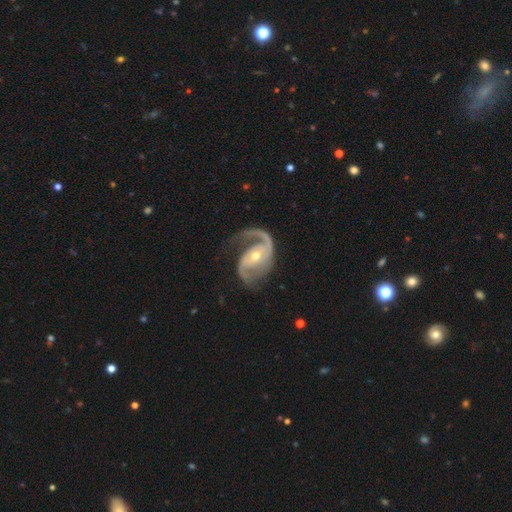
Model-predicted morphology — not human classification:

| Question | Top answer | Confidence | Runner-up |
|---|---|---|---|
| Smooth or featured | featured or disk | 92% | smooth (4%) |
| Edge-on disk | no | 98% | yes (2%) |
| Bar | no | 41% | weak (37%) |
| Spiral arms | yes | 97% | no (3%) |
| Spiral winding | medium | 51% | loose (30%) |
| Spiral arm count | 2 | 79% | 1 (15%) |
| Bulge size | moderate | 49% | small (47%) |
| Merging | none | 61% | major disturbance (19%) |